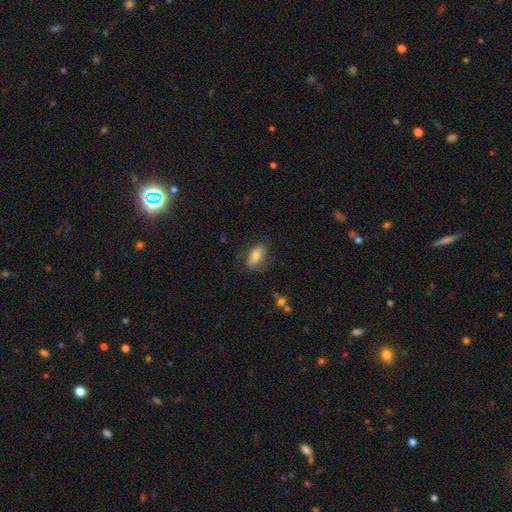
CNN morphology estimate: A smooth galaxy with no disk features (65%) that is in between round and cigar-shaped (86%). Merging: none (70%).